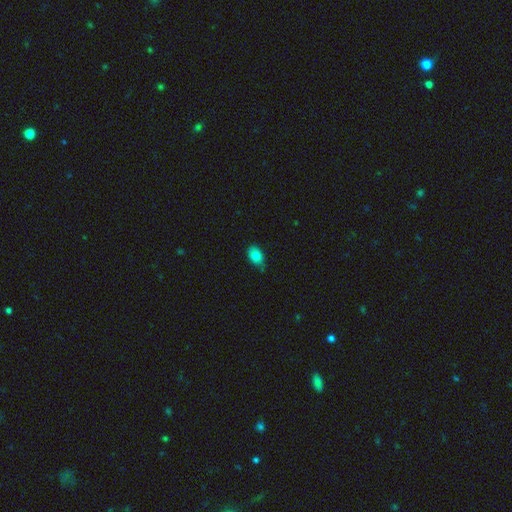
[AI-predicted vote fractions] Q: Smooth or featured?
A: smooth (80%); runner-up: featured or disk (11%)
Q: How rounded?
A: in between (82%); runner-up: round (16%)
Q: Merging?
A: none (66%); runner-up: minor disturbance (28%)